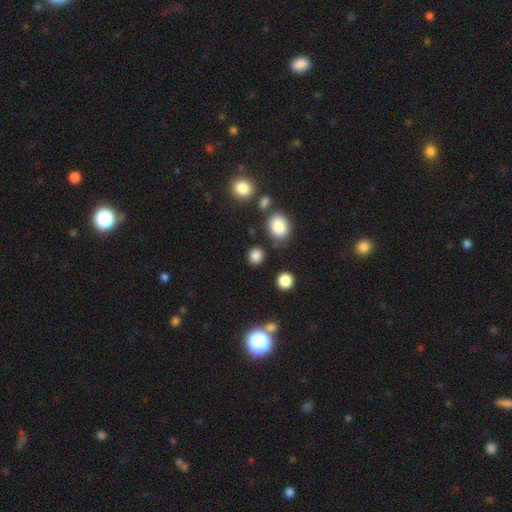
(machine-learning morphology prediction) The model was most divided on "how rounded": round: 82%, in between: 17%, cigar-shaped: 1%. More confident: merging — none (83%); smooth or featured — smooth (83%).